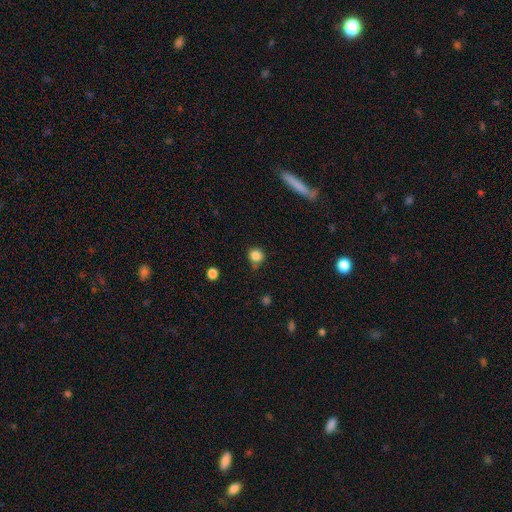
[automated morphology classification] type=smooth (84%); roundness=round (88%); merging=none (74%).